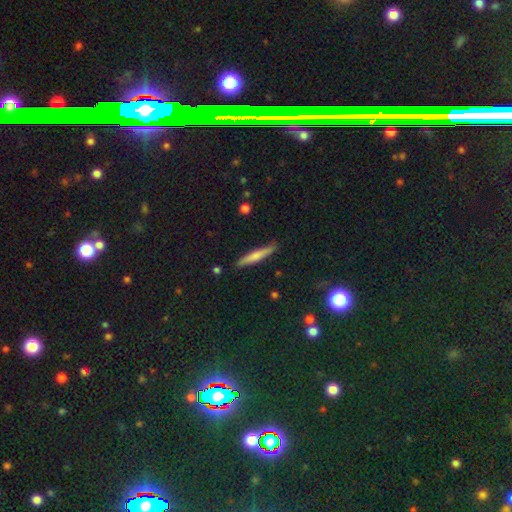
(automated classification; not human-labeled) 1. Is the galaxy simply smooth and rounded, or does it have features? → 62% smooth, 32% featured or disk, 6% star or artifact.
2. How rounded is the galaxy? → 93% cigar-shaped, 6% in between, 1% round.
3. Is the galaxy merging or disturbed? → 89% none, 8% minor disturbance, 2% major disturbance, 1% merger.